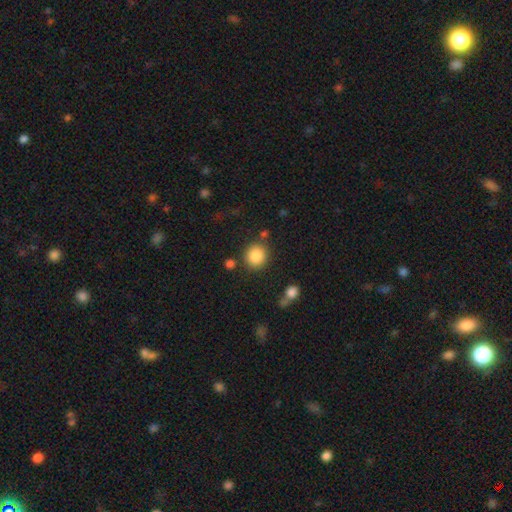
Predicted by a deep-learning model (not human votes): Overall: smooth (86%). How rounded: round (88%). Merging: none (82%).